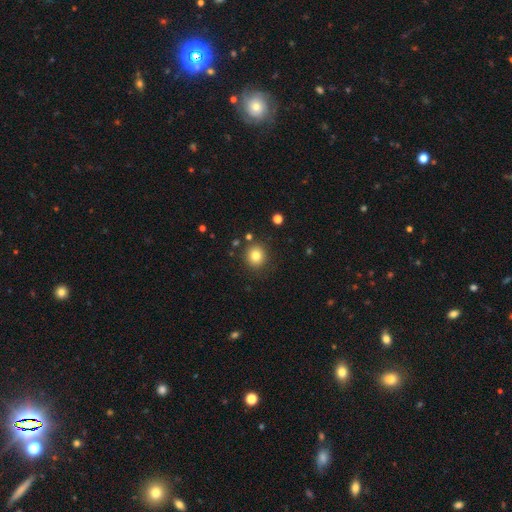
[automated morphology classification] Smooth or featured? smooth (81%)
How rounded? round (88%)
Merging? none (86%)